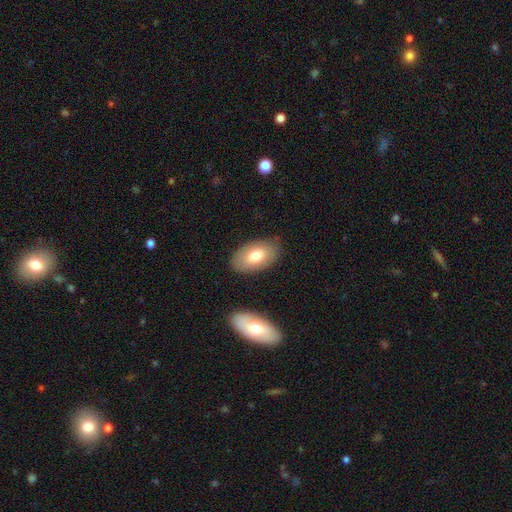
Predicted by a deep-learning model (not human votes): This is likely a smooth galaxy (74%). How rounded: clearly in between (94%). Merging: clearly none (83%).